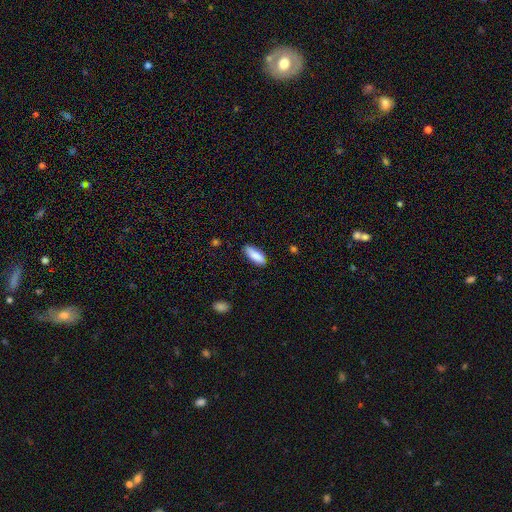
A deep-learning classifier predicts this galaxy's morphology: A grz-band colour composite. It shows a smooth galaxy with no disk features (88%) that is in between round and cigar-shaped (71%). Merging: none (81%).